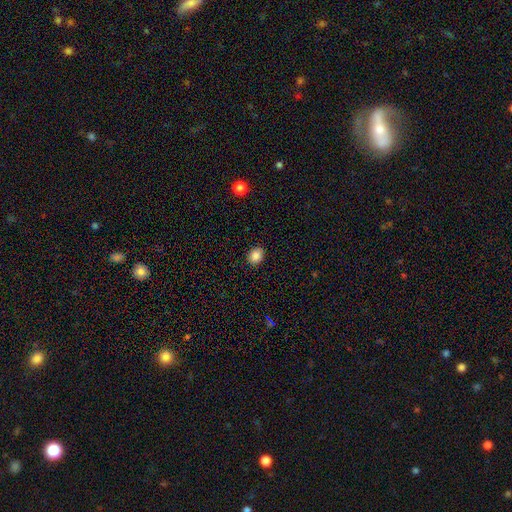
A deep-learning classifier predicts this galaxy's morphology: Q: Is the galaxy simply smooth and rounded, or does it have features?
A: smooth — 84%.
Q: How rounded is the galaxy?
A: round — 56%.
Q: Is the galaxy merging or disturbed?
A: none — 90%.